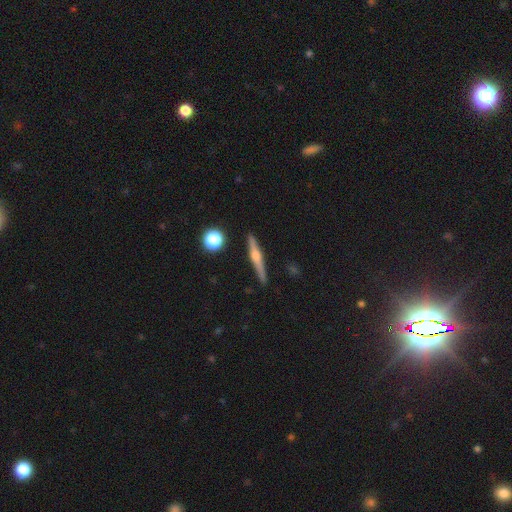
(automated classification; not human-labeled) Morphology: type=featured or disk (70%); edge-on=yes (98%); edge-on bulge=rounded (86%); merging=none (89%).